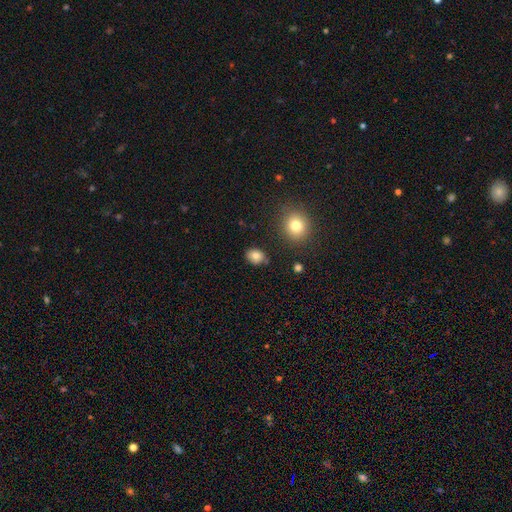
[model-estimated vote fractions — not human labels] smooth 81%, star or artifact 11%, featured or disk 8%. Down the decision tree: how rounded — in between (54%); merging — none (81%).